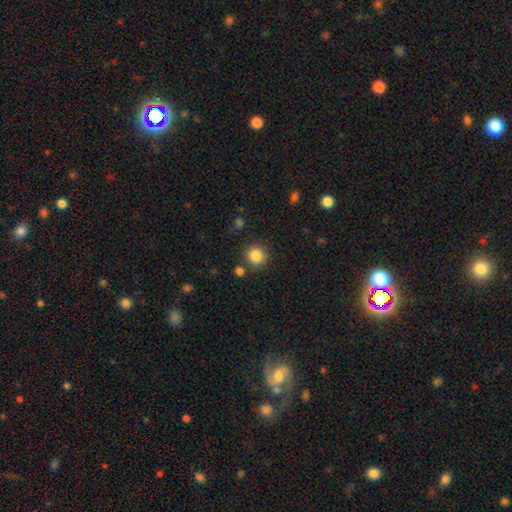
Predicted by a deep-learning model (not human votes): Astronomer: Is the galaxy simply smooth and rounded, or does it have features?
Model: smooth — 85%.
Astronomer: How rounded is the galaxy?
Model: round — 93%.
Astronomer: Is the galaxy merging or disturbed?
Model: none — 83%.